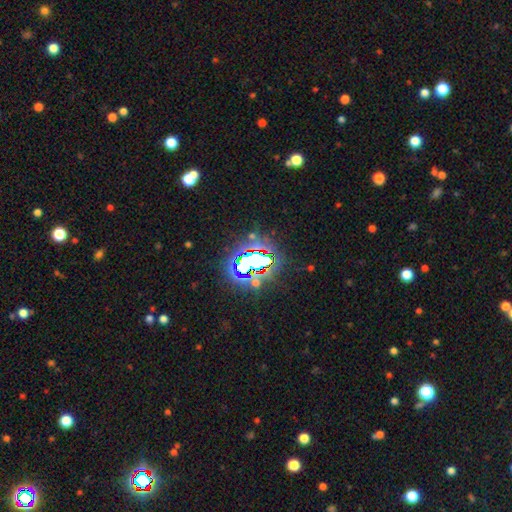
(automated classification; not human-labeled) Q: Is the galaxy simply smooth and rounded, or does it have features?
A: star or artifact — 66%.